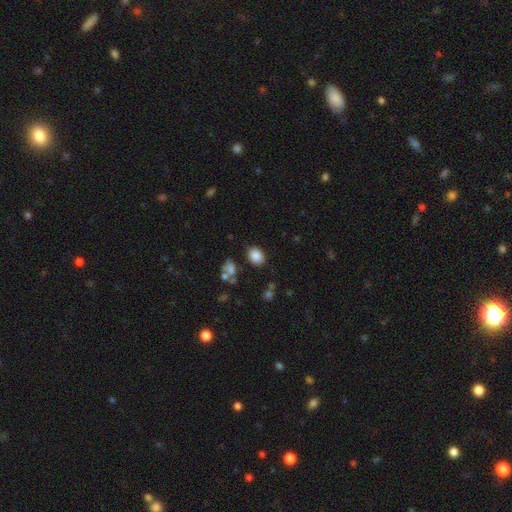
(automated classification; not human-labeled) Smooth or featured: smooth — 85% (star or artifact — 10%)
How rounded: in between — 54% (round — 45%)
Merging: none — 81% (minor disturbance — 11%)